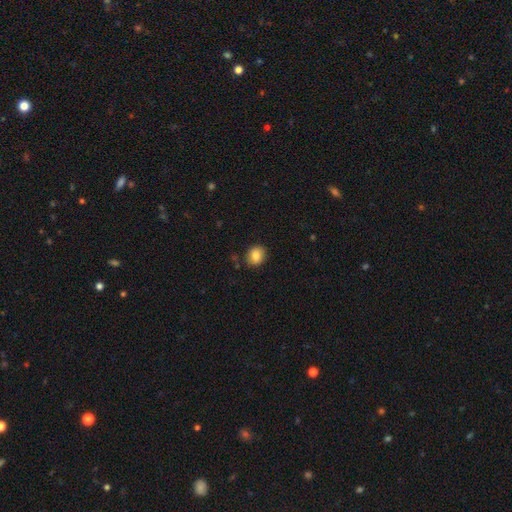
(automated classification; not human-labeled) This appears to be a smooth galaxy with no disk features (83%) that is round (66%). Merging: none (84%).